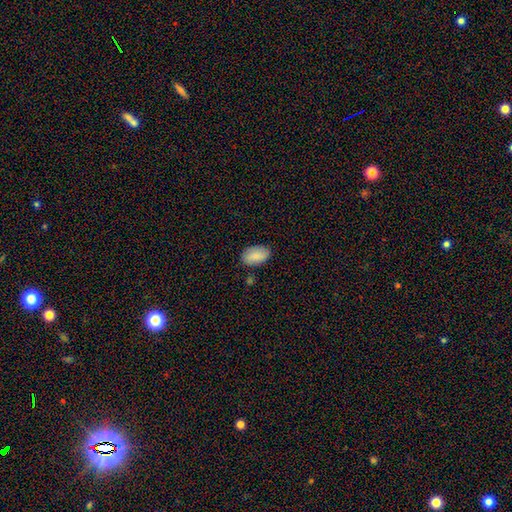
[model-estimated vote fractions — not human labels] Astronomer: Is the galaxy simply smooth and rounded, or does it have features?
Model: smooth — 88%.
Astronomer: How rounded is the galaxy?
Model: in between — 94%.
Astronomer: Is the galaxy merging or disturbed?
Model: none — 82%.